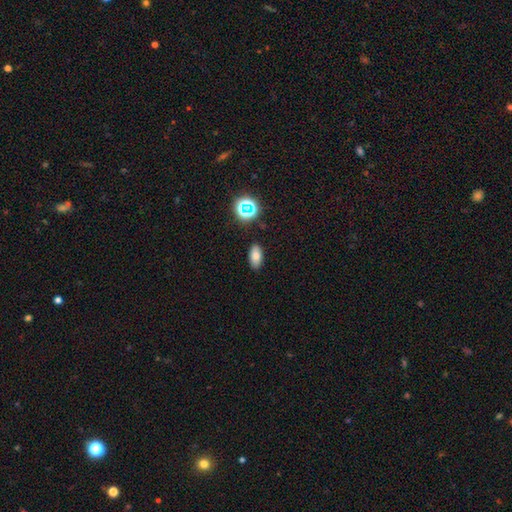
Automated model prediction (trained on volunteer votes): smooth 75%, star or artifact 14%, featured or disk 11%. Down the decision tree: how rounded — in between (90%); merging — none (87%).